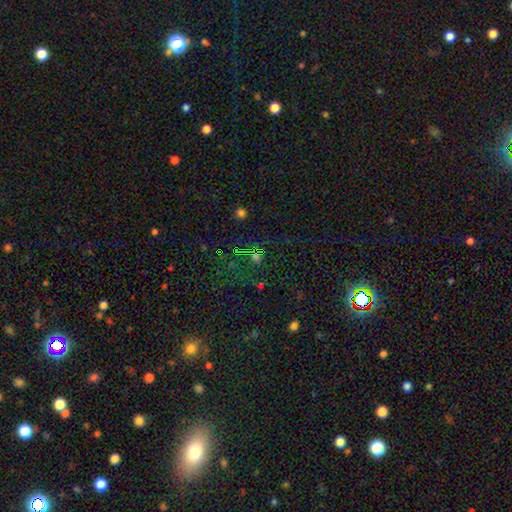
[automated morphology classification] smooth_or_featured: star or artifact (p=0.69) [alt: smooth p=0.21]